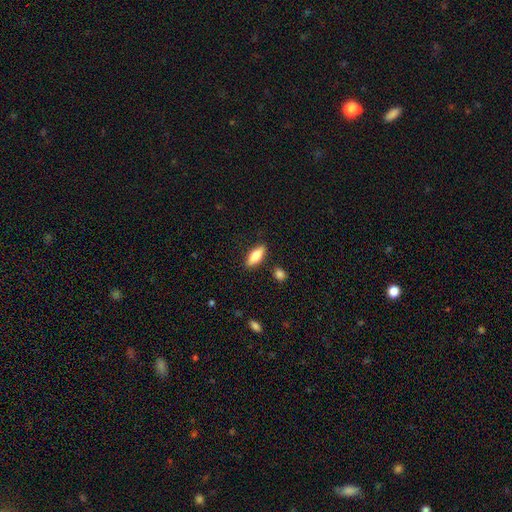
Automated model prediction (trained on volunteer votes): smooth_or_featured: smooth (p=0.73) [alt: featured or disk p=0.21]
how_rounded: in between (p=0.72) [alt: cigar-shaped p=0.25]
merging: none (p=0.86) [alt: minor disturbance p=0.09]